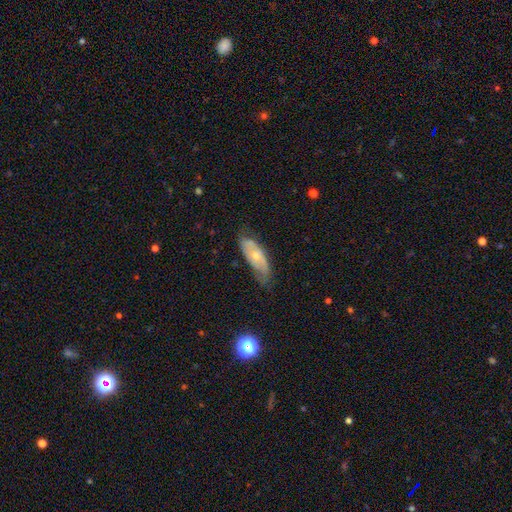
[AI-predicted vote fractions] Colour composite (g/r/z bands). It shows a featured or disk galaxy (56%). Merging: none (55%).